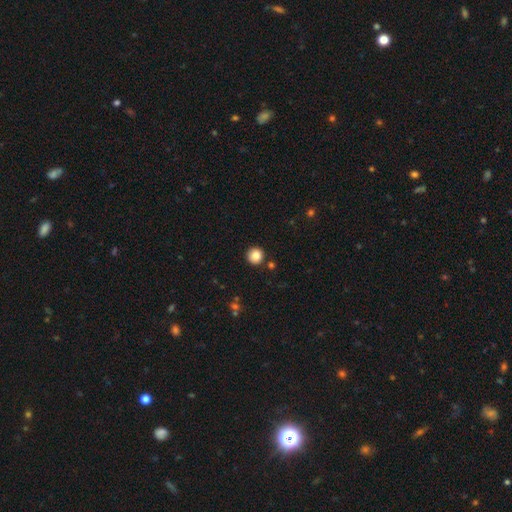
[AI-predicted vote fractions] Smooth or featured? Predicted: smooth (p=0.86). How rounded? Predicted: round (p=0.95). Merging? Predicted: none (p=0.89).